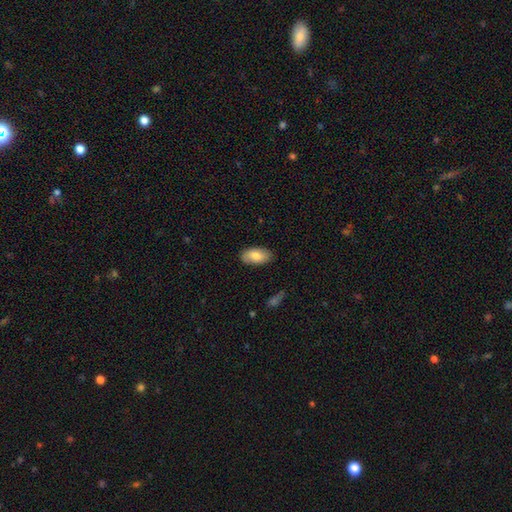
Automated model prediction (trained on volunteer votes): Morphology: type=smooth (81%); roundness=in between (95%); merging=none (84%).